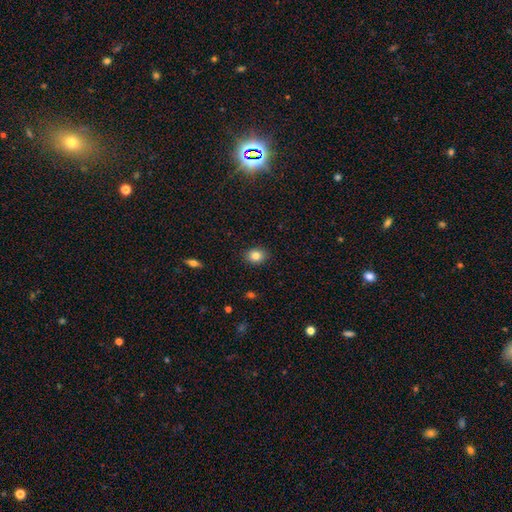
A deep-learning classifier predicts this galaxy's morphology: This appears to be a smooth galaxy with no disk features (83%) that is in between round and cigar-shaped (55%). Merging: none (89%).